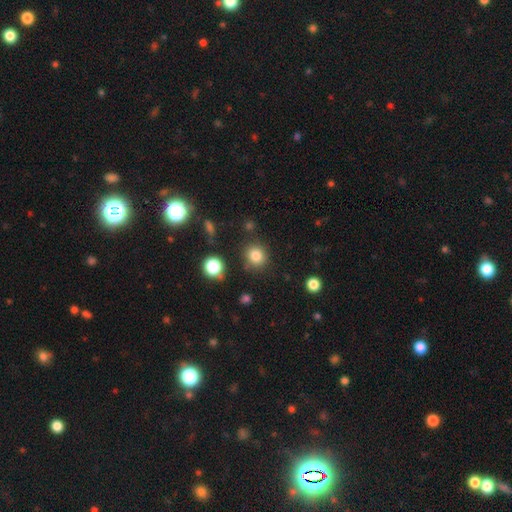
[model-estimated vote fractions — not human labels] Smooth or featured? Predicted: smooth (p=0.82). How rounded? Predicted: round (p=0.86). Merging? Predicted: none (p=0.83).